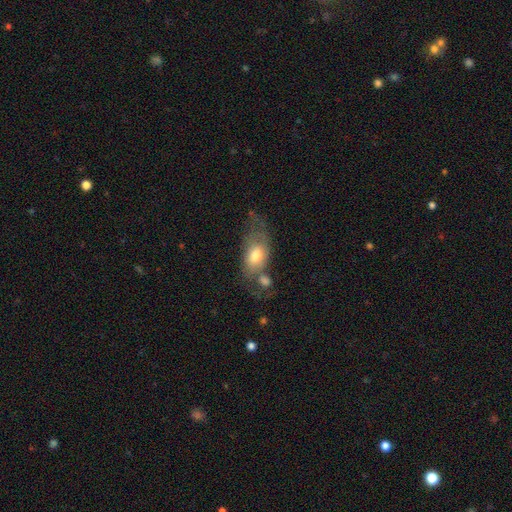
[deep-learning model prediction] smooth 66%, featured or disk 27%, star or artifact 7%. Down the decision tree: how rounded — in between (86%); merging — none (32%).